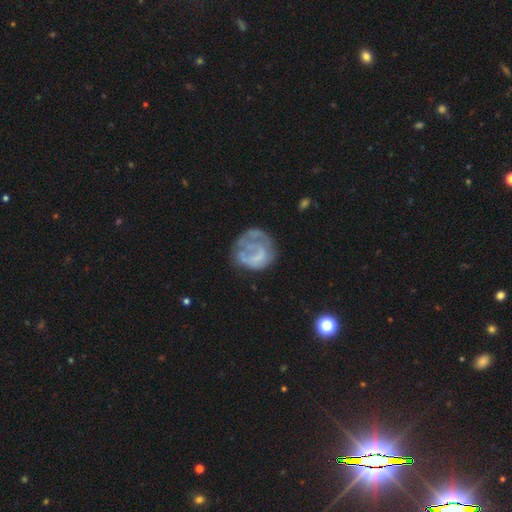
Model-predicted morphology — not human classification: Q: Smooth or featured?
A: featured or disk (52%); runner-up: smooth (38%)
Q: Edge-on disk?
A: no (98%); runner-up: yes (2%)
Q: Bar?
A: no (79%); runner-up: weak (16%)
Q: Spiral arms?
A: no (67%); runner-up: yes (33%)
Q: Bulge size?
A: none (73%); runner-up: small (14%)
Q: Merging?
A: none (48%); runner-up: major disturbance (26%)